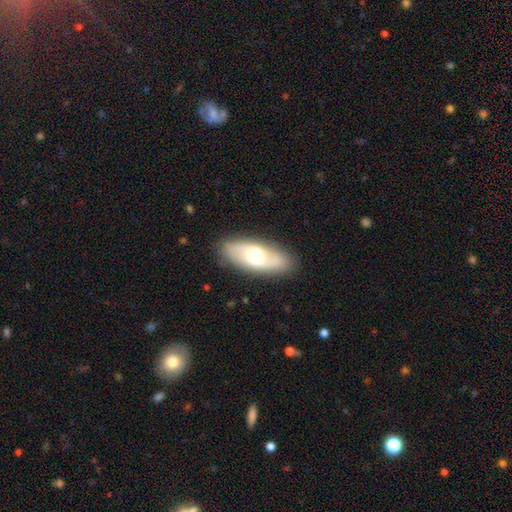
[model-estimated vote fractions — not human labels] A smooth galaxy with no disk features (49%).

Vote fractions:
- Smooth or featured? smooth: 49% / featured or disk: 44% / star or artifact: 6%
- Merging? none: 86% / minor disturbance: 10% / major disturbance: 3% / merger: 1%